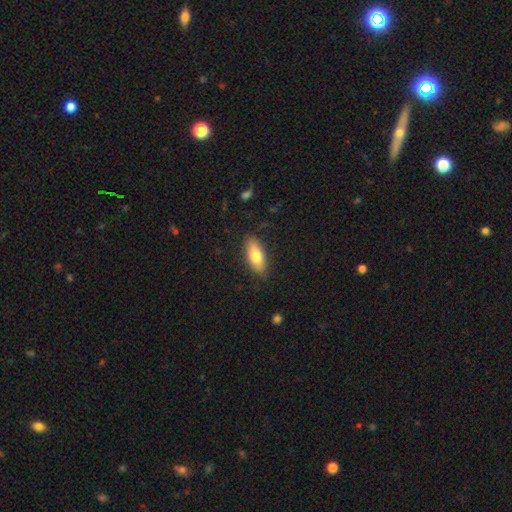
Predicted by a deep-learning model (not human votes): A smooth galaxy with no disk features (75%) that is in between round and cigar-shaped (76%).

Vote fractions:
- Smooth or featured? smooth: 75% / featured or disk: 19% / star or artifact: 6%
- How rounded? in between: 76% / cigar-shaped: 22% / round: 3%
- Merging? none: 86% / minor disturbance: 11% / major disturbance: 2% / merger: 1%